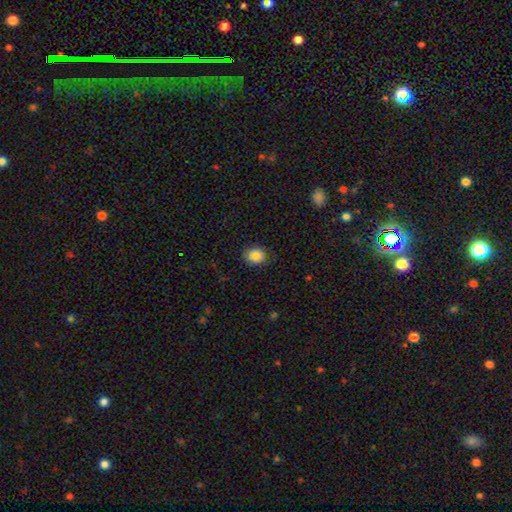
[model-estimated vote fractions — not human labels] Morphology: type=smooth (86%); roundness=round (59%); merging=none (83%).